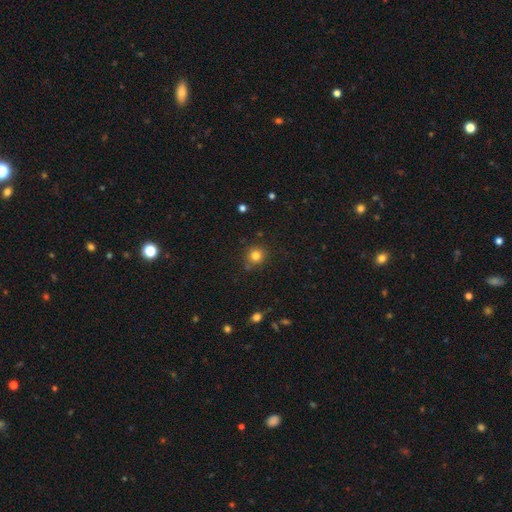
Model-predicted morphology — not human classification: A smooth galaxy with no disk features (81%) that is round (90%). Merging: none (83%).